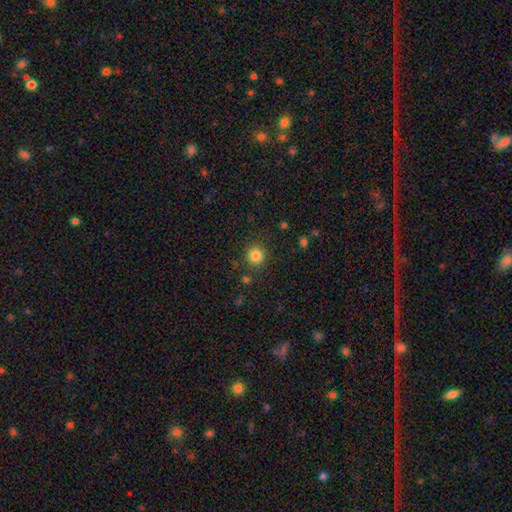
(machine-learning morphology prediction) Smooth or featured: smooth — 84% (star or artifact — 12%)
How rounded: round — 94% (in between — 5%)
Merging: none — 88% (minor disturbance — 7%)